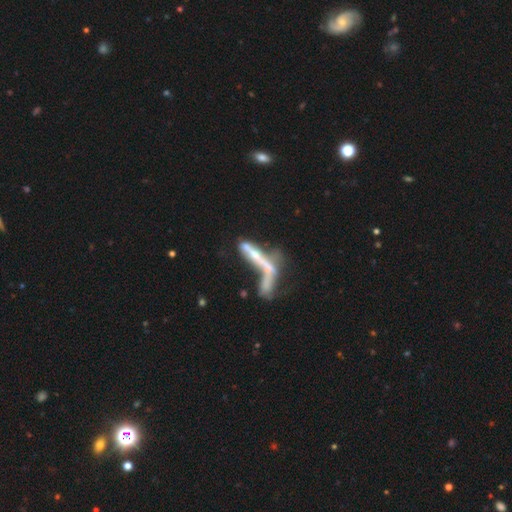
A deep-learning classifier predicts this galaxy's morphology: smooth_or_featured: featured or disk (p=0.59) [alt: smooth p=0.30]
disk_edge_on: yes (p=0.53) [alt: no p=0.47]
merging: merger (p=0.51) [alt: major disturbance p=0.22]